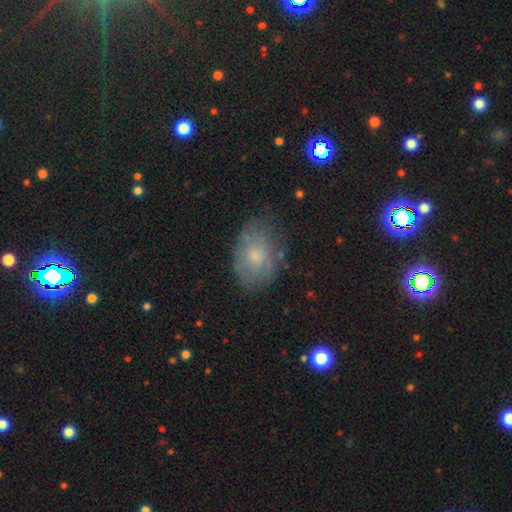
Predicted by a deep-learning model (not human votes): Smooth or featured? Predicted: smooth (p=0.57). How rounded? Predicted: in between (p=0.81). Merging? Predicted: none (p=0.67).